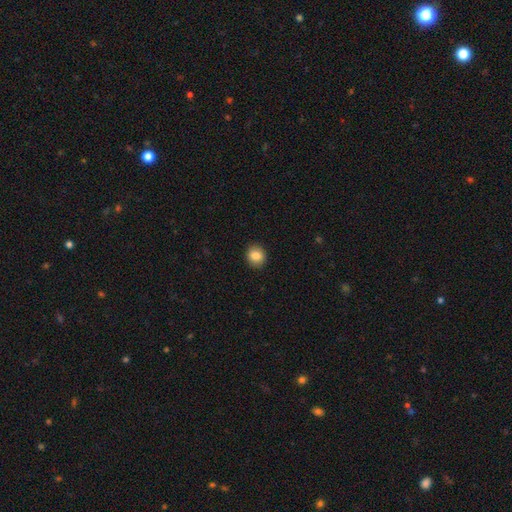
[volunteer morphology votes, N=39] Volunteers were most divided on "smooth or featured": smooth: 79%, featured or disk: 10%, star or artifact: 10%. More confident: merging — none (94%); how rounded — round (94%).